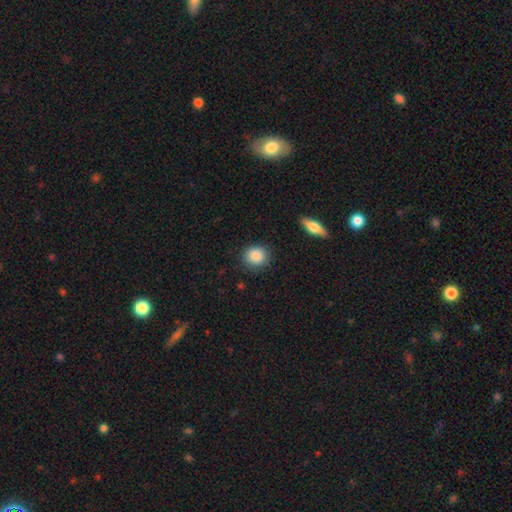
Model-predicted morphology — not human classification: Smooth or featured: smooth — 87% (star or artifact — 8%)
How rounded: round — 84% (in between — 15%)
Merging: none — 87% (minor disturbance — 9%)